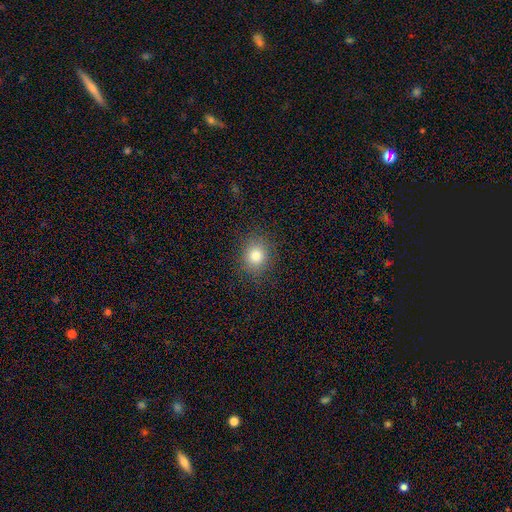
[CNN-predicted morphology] Smooth or featured? smooth (80%)
How rounded? round (74%)
Merging? none (87%)